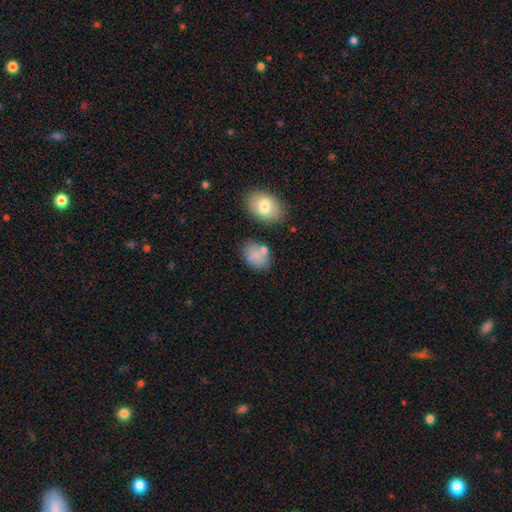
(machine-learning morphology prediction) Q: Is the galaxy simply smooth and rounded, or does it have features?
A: smooth — 80%.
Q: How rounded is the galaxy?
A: in between — 74%.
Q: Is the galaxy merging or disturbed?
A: none — 61%.